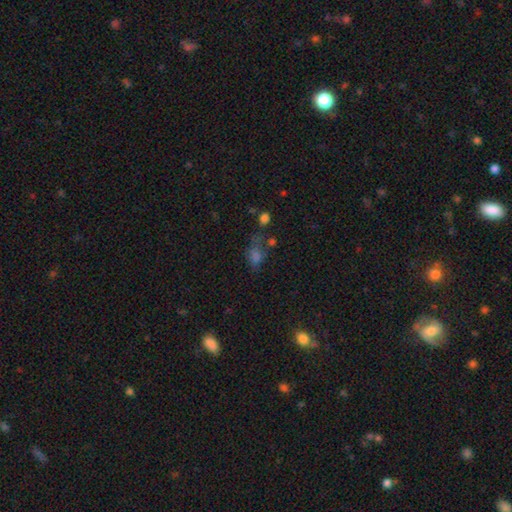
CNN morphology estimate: Smooth or featured? Predicted: smooth (p=0.55). How rounded? Predicted: in between (p=0.67). Merging? Predicted: none (p=0.45).